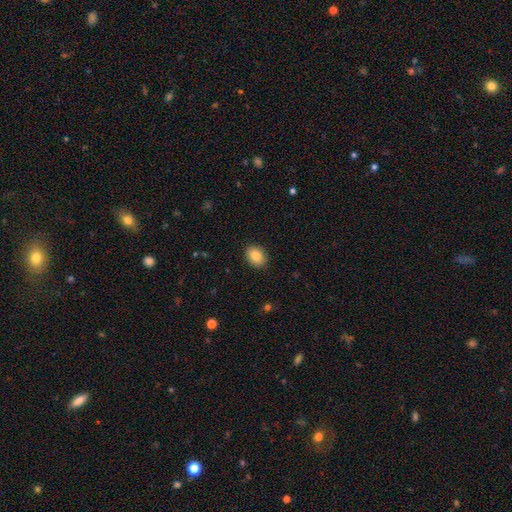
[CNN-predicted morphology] Smooth or featured? Predicted: smooth (p=0.86). How rounded? Predicted: in between (p=0.66). Merging? Predicted: none (p=0.89).